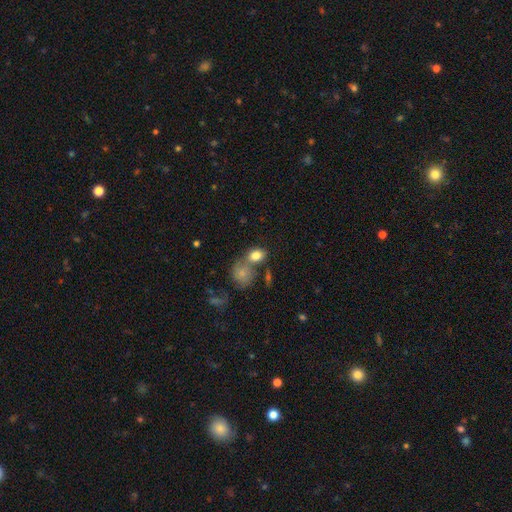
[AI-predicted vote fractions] Smooth or featured: smooth — 82% (star or artifact — 9%)
How rounded: in between — 65% (round — 33%)
Merging: none — 47% (merger — 36%)